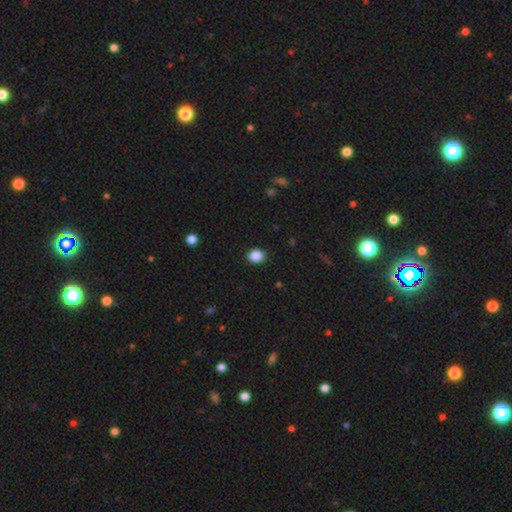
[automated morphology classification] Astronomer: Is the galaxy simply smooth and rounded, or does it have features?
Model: smooth — 87%.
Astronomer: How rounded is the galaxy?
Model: round — 63%.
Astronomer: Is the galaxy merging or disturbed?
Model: none — 90%.